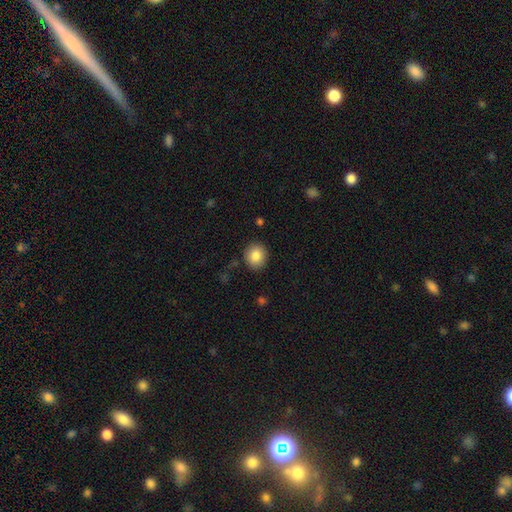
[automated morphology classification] Smooth or featured? smooth (85%)
How rounded? round (78%)
Merging? none (89%)